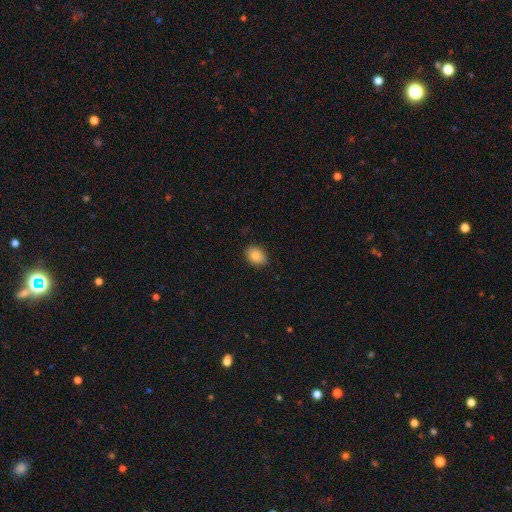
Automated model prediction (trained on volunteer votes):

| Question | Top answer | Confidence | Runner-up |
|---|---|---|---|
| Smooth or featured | smooth | 84% | star or artifact (8%) |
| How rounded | in between | 75% | round (24%) |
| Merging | none | 81% | minor disturbance (15%) |